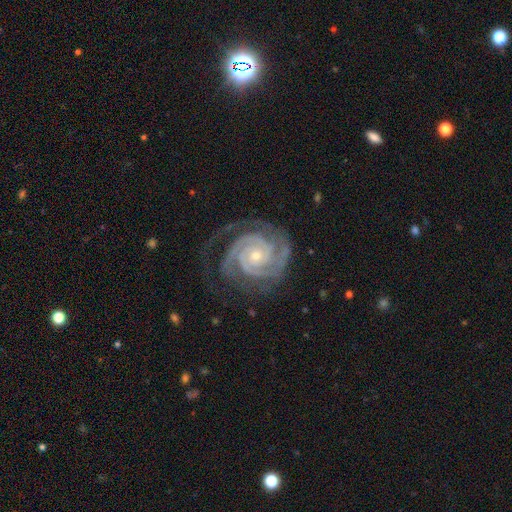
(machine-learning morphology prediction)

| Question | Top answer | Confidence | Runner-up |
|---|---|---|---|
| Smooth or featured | featured or disk | 93% | star or artifact (4%) |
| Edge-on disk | no | 98% | yes (2%) |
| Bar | no | 71% | weak (21%) |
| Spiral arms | yes | 99% | no (1%) |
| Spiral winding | tight | 80% | medium (18%) |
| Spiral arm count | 2 | 55% | 3 (26%) |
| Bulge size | small | 63% | moderate (34%) |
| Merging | none | 74% | minor disturbance (16%) |